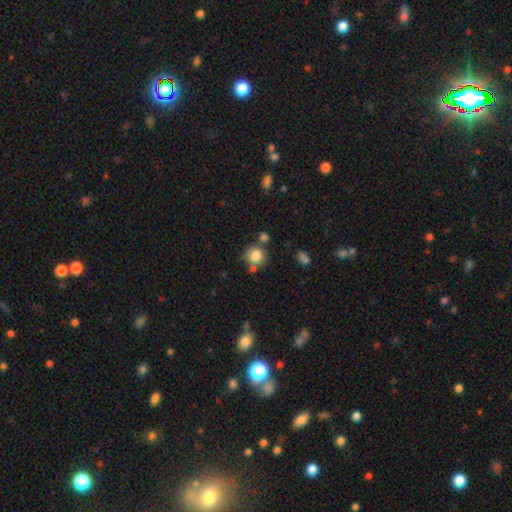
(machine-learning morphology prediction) A smooth galaxy with no disk features (82%) that is round (87%).

Vote fractions:
- Smooth or featured? smooth: 82% / star or artifact: 10% / featured or disk: 8%
- How rounded? round: 87% / in between: 12% / cigar-shaped: 1%
- Merging? none: 65% / merger: 16% / minor disturbance: 14% / major disturbance: 5%